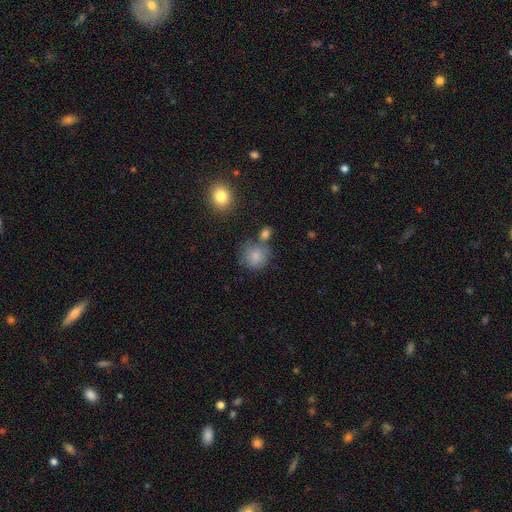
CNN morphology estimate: Smooth or featured? Predicted: smooth (p=0.83). How rounded? Predicted: round (p=0.85). Merging? Predicted: none (p=0.61).